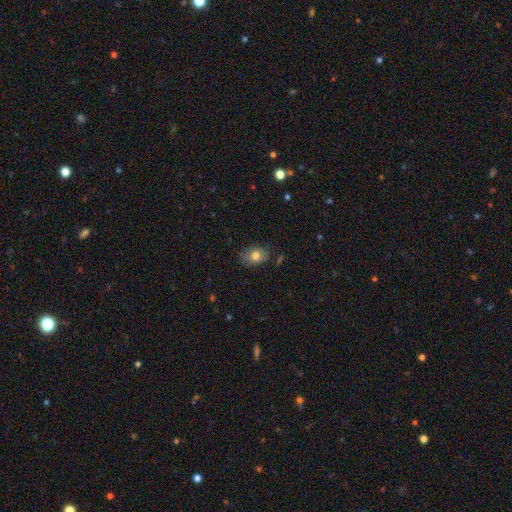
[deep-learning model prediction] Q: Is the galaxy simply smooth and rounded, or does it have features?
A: smooth — 78%.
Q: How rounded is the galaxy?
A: in between — 75%.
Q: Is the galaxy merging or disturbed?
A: none — 78%.